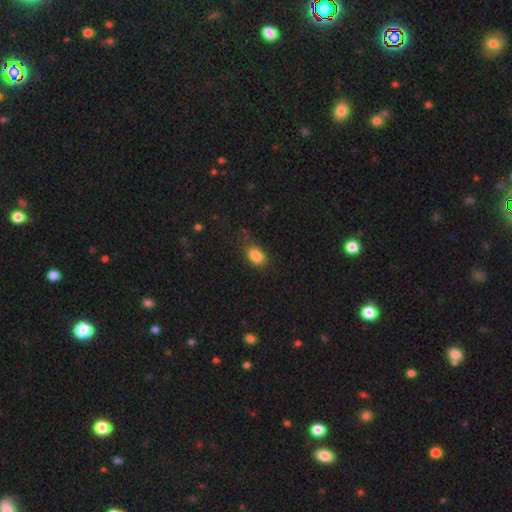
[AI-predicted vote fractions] Smooth or featured?
  - smooth: 85% *
  - star or artifact: 9%
  - featured or disk: 6%
How rounded?
  - in between: 87% *
  - round: 10%
  - cigar-shaped: 3%
Merging?
  - none: 68% *
  - minor disturbance: 22%
  - major disturbance: 8%
  - merger: 2%